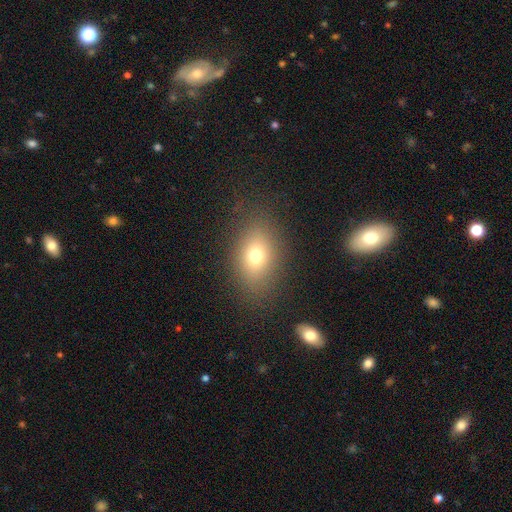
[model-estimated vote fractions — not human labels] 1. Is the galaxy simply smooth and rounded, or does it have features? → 72% smooth, 14% featured or disk, 14% star or artifact.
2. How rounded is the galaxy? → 74% in between, 24% round, 2% cigar-shaped.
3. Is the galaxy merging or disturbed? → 83% none, 10% minor disturbance, 5% major disturbance, 1% merger.